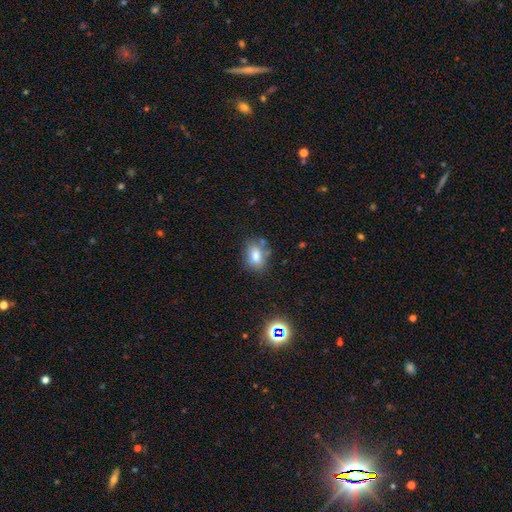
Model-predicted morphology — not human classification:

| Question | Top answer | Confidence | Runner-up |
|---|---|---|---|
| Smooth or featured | smooth | 76% | featured or disk (13%) |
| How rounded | in between | 63% | round (36%) |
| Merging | none | 68% | minor disturbance (20%) |